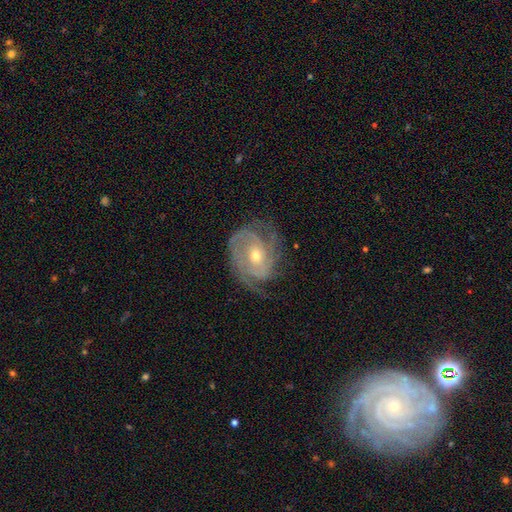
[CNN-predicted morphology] Overall: featured or disk (88%). Edge-on disk: no (97%). Bar: no (60%; weak 30%). Spiral arms: yes (96%). Spiral arm count: 2 (38%; 3 29%). Spiral winding: tight (60%; medium 33%). Bulge size: moderate (53%; small 44%). Merging: none (70%).